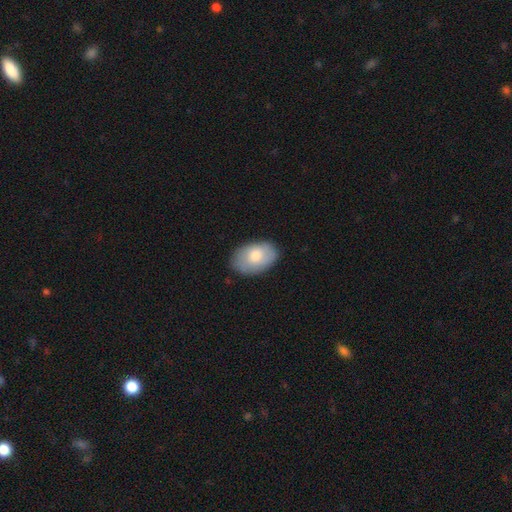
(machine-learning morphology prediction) Smooth or featured? smooth (75%)
How rounded? in between (90%)
Merging? none (80%)